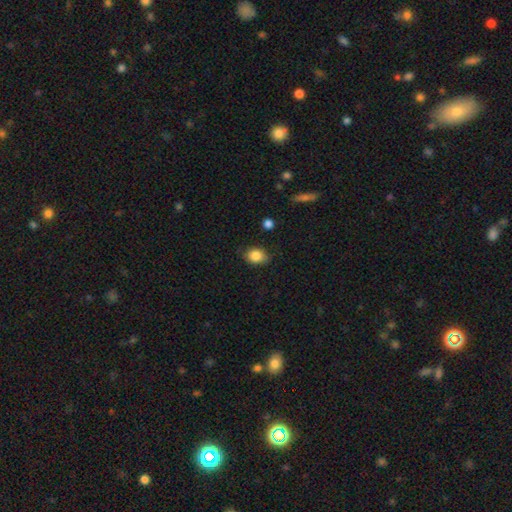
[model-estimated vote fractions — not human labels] Overall: smooth (85%). How rounded: in between (51%; round 48%). Merging: none (76%).